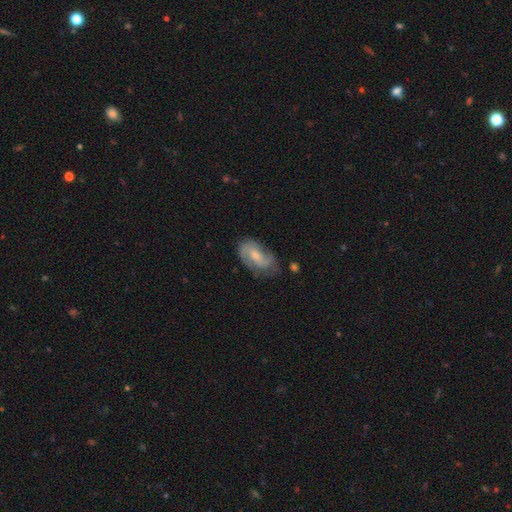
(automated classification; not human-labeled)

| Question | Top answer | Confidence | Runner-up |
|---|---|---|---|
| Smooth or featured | featured or disk | 68% | smooth (26%) |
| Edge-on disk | no | 96% | yes (4%) |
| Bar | no | 46% | weak (42%) |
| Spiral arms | yes | 89% | no (11%) |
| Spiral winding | medium | 45% | tight (34%) |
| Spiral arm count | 2 | 70% | can't tell (16%) |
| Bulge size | small | 47% | moderate (43%) |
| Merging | none | 62% | minor disturbance (25%) |